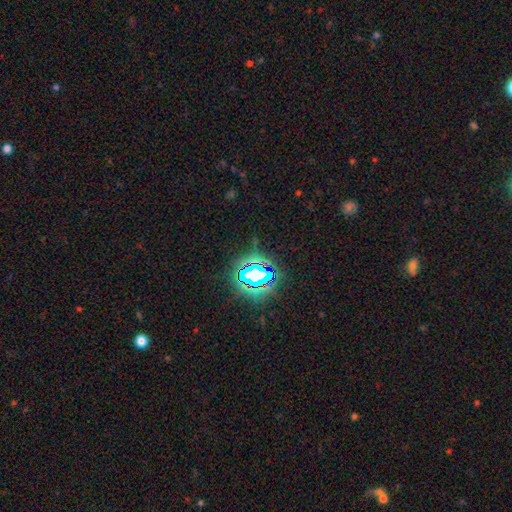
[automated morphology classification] type=star or artifact (75%).